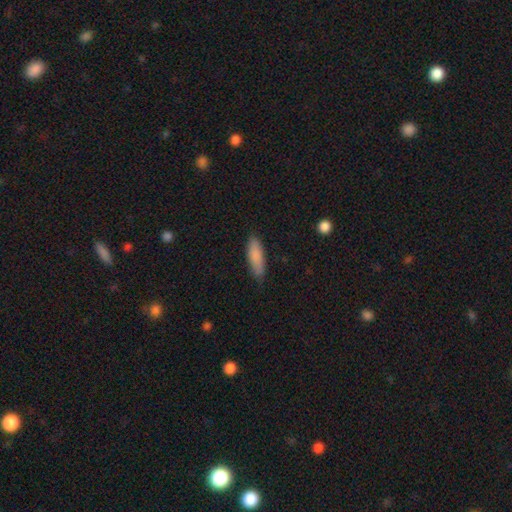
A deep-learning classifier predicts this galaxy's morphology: smooth 85%, featured or disk 9%, star or artifact 6%. Down the decision tree: how rounded — cigar-shaped (50%); merging — none (80%).